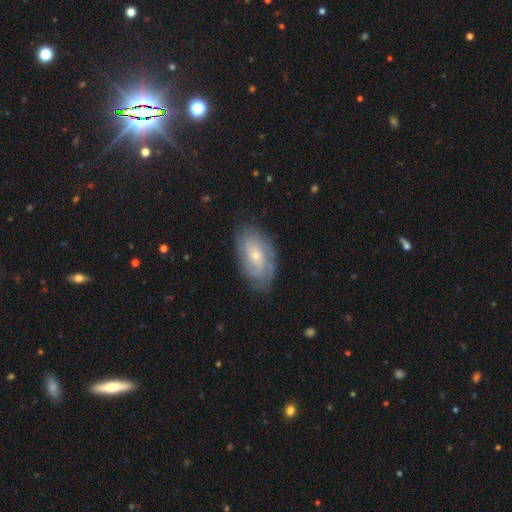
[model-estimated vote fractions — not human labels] featured or disk 69%, smooth 24%, star or artifact 7%. Down the decision tree: edge-on disk — no (94%); bar — no (71%); spiral arms — yes (88%); spiral arm count — can't tell (48%); spiral winding — tight (63%); bulge size — small (70%); merging — none (77%).